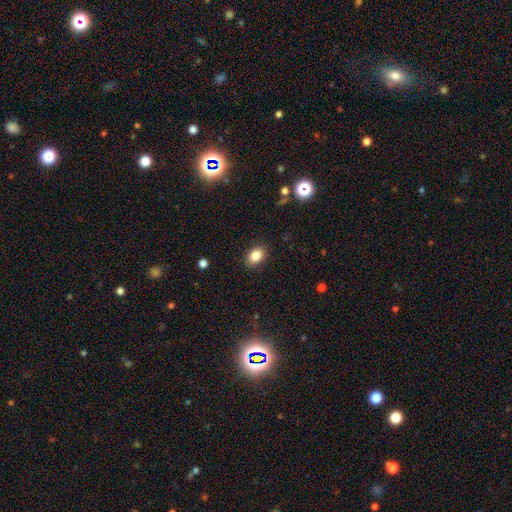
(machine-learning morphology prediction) Smooth or featured: smooth — 84% (star or artifact — 9%)
How rounded: in between — 80% (round — 19%)
Merging: none — 88% (minor disturbance — 9%)